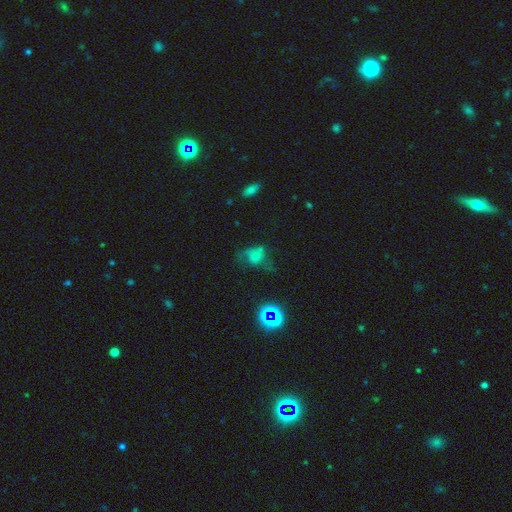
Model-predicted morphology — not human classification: Smooth or featured: smooth — 49% (featured or disk — 27%)
Merging: major disturbance — 38% (none — 31%)